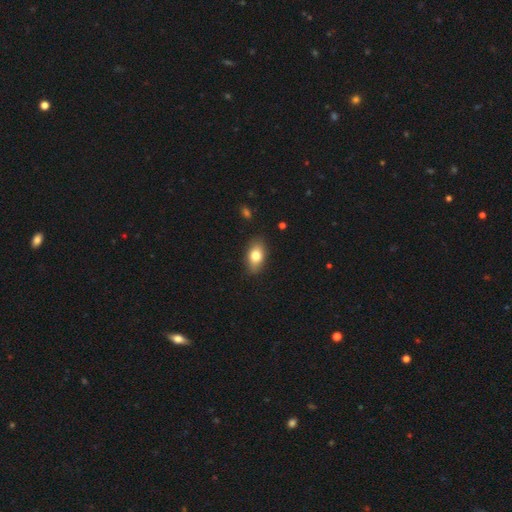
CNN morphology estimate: A smooth galaxy with no disk features (78%) that is in between round and cigar-shaped (87%).

Vote fractions:
- Smooth or featured? smooth: 78% / featured or disk: 14% / star or artifact: 8%
- How rounded? in between: 87% / round: 10% / cigar-shaped: 3%
- Merging? none: 85% / minor disturbance: 11% / major disturbance: 2% / merger: 1%